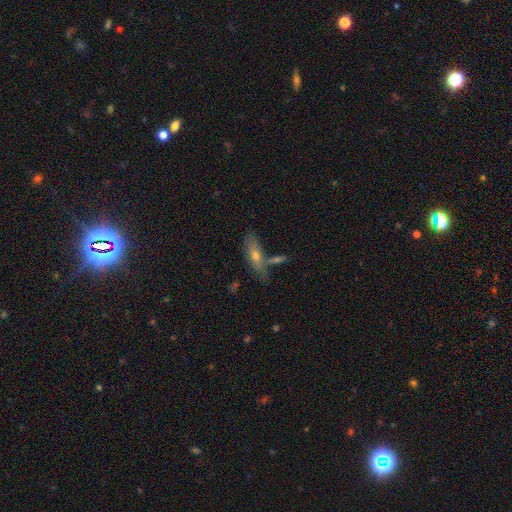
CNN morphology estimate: smooth_or_featured: smooth (p=0.54) [alt: featured or disk p=0.37]
how_rounded: in between (p=0.49) [alt: cigar-shaped p=0.47]
merging: none (p=0.57) [alt: merger p=0.21]